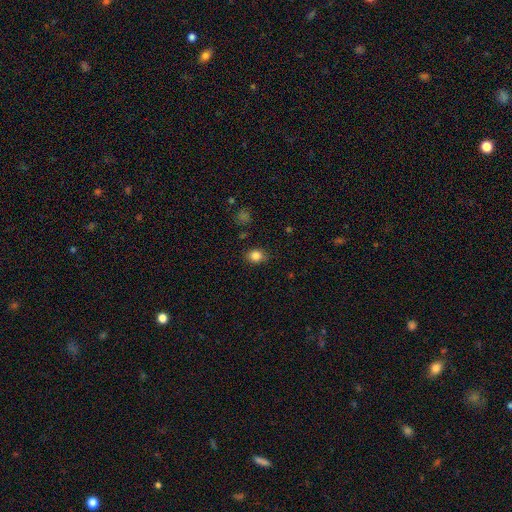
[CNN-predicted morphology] smooth-or-featured: smooth: 84% | star or artifact: 11% | featured or disk: 5%
  how-rounded: round: 52% | in between: 47% | cigar-shaped: 1%
  merging: none: 83% | minor disturbance: 13% | major disturbance: 3% | merger: 1%